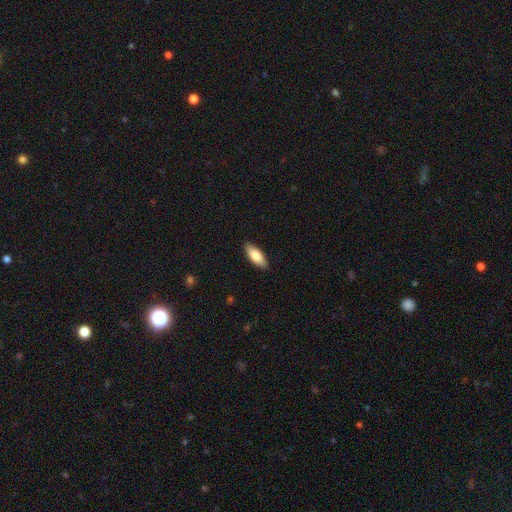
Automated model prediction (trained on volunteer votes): smooth 81%, featured or disk 14%, star or artifact 5%. Down the decision tree: how rounded — in between (75%); merging — none (89%).